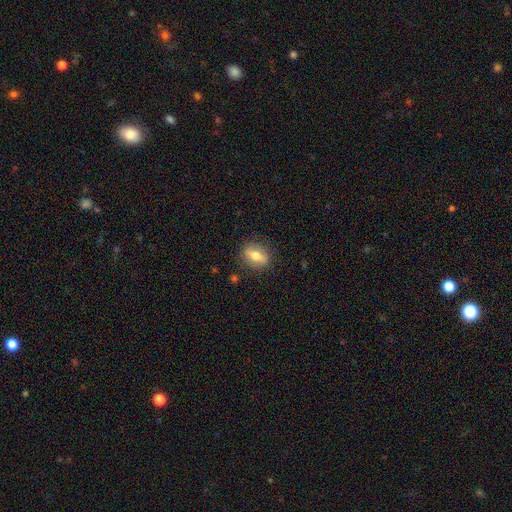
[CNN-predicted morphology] Smooth or featured? Predicted: smooth (p=0.57). How rounded? Predicted: in between (p=0.61). Merging? Predicted: none (p=0.85).